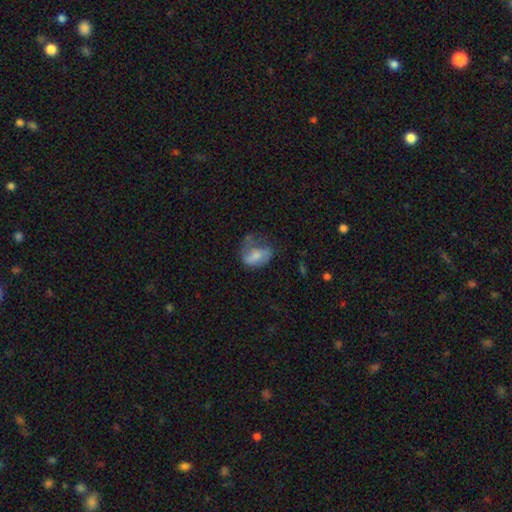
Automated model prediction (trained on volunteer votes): A smooth galaxy with no disk features (63%) that is in between round and cigar-shaped (78%).

Vote fractions:
- Smooth or featured? smooth: 63% / featured or disk: 28% / star or artifact: 9%
- How rounded? in between: 78% / round: 19% / cigar-shaped: 2%
- Merging? none: 32% (tied) / major disturbance: 32% (tied) / minor disturbance: 30% / merger: 6%